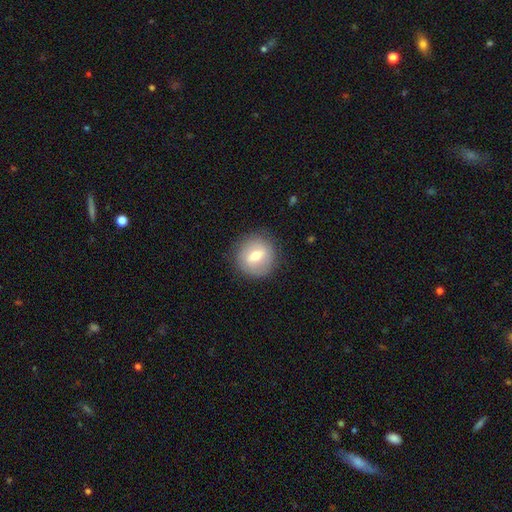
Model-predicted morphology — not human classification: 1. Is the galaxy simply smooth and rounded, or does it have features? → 61% smooth, 30% featured or disk, 8% star or artifact.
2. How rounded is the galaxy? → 90% round, 9% in between, 1% cigar-shaped.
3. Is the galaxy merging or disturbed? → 86% none, 9% minor disturbance, 3% major disturbance, 1% merger.